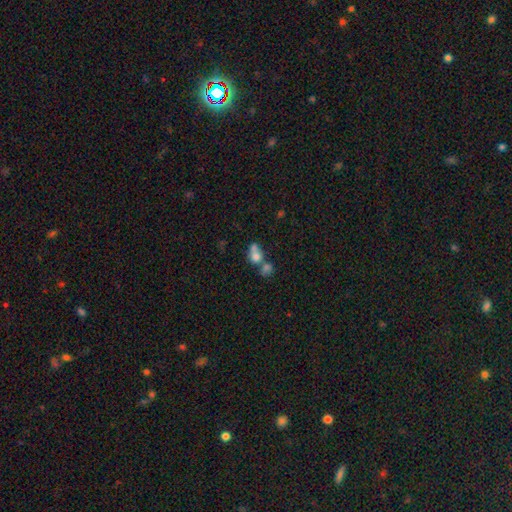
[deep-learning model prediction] The model was most divided on "how rounded": round: 57%, in between: 41%, cigar-shaped: 2%. More confident: smooth or featured — smooth (68%); merging — merger (61%).